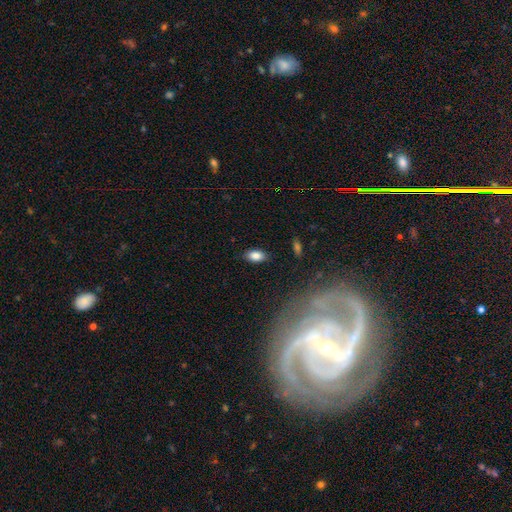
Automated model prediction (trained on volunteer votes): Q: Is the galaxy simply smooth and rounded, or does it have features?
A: smooth — 84%.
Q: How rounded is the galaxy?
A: in between — 90%.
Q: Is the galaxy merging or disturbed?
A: none — 86%.